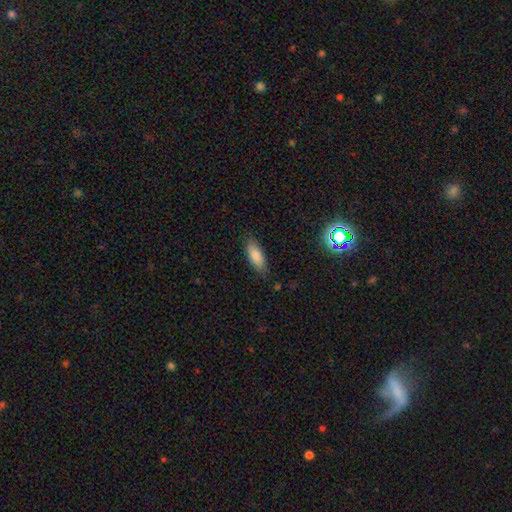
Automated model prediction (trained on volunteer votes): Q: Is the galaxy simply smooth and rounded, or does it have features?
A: smooth — 85%.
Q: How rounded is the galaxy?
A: in between — 76%.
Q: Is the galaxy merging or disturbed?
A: none — 82%.